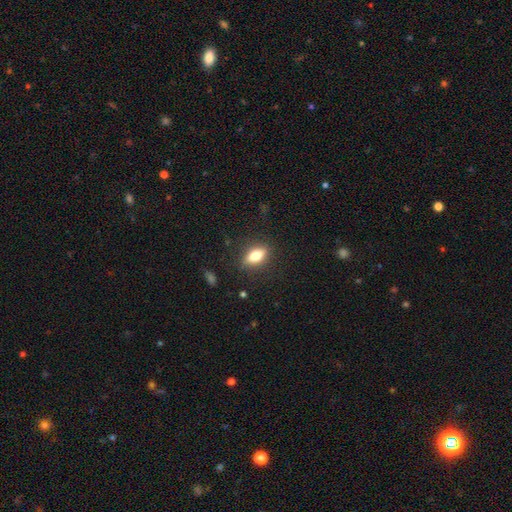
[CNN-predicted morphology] A smooth galaxy with no disk features (67%) that is in between round and cigar-shaped (73%). Merging: none (84%).